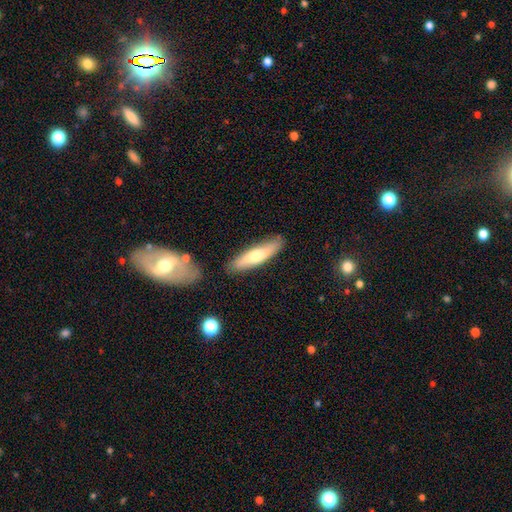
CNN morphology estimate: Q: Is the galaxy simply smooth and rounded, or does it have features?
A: smooth — 59%.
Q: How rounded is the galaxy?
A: cigar-shaped — 76%.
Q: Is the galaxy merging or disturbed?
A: none — 81%.